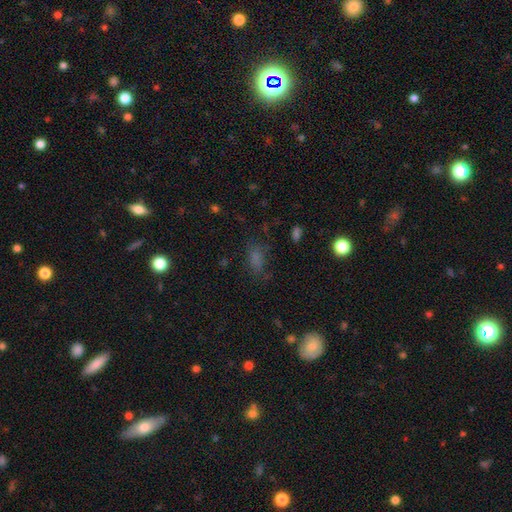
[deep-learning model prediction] A smooth galaxy with no disk features (62%) that is in between round and cigar-shaped (77%). Merging: none (68%).